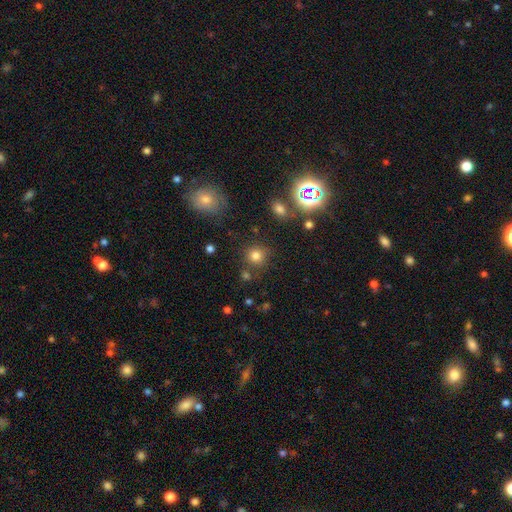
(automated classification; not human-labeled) A smooth galaxy with no disk features (78%) that is round (90%).

Vote fractions:
- Smooth or featured? smooth: 78% / star or artifact: 16% / featured or disk: 7%
- How rounded? round: 90% / in between: 9% / cigar-shaped: 1%
- Merging? none: 79% / minor disturbance: 10% / merger: 7% / major disturbance: 4%